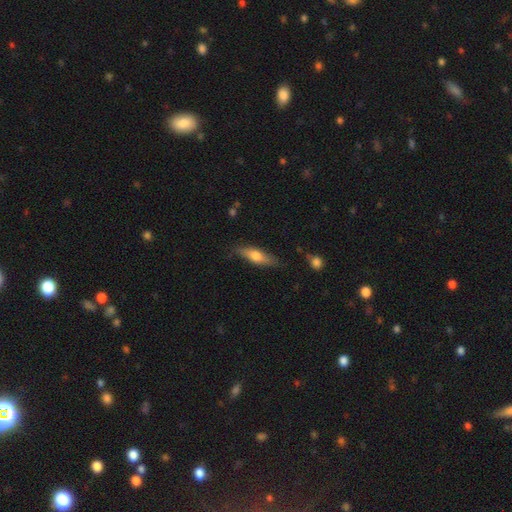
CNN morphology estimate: type=smooth (57%); roundness=cigar-shaped (56%); merging=none (79%).